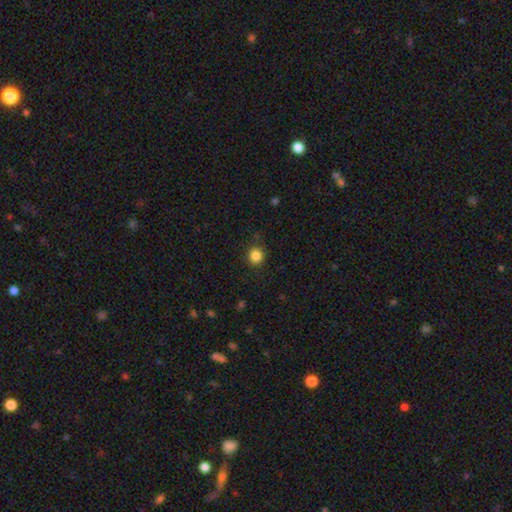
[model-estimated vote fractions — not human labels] smooth 85%, star or artifact 11%, featured or disk 4%. Down the decision tree: how rounded — round (88%); merging — none (87%).